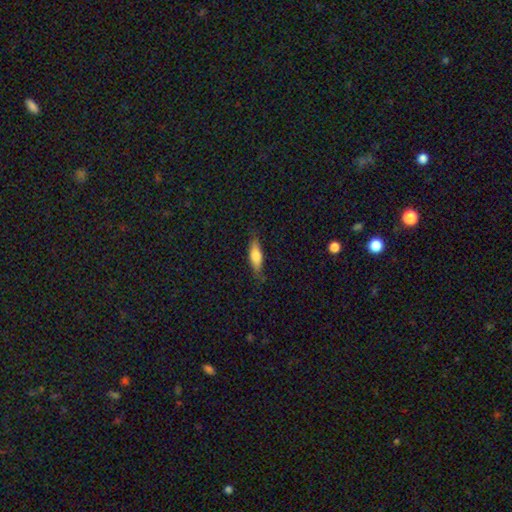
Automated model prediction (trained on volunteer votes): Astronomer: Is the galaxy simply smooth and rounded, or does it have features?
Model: smooth — 69%.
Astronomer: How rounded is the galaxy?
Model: in between — 53% (runner-up: cigar-shaped, 45%).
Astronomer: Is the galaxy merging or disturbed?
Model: none — 79%.